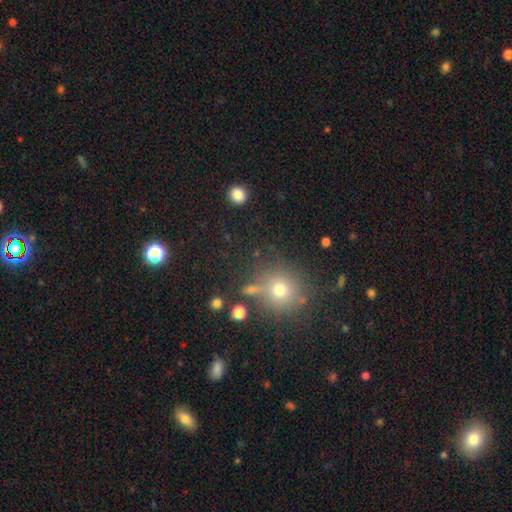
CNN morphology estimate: type=smooth (55%); roundness=round (88%); merging=none (78%).